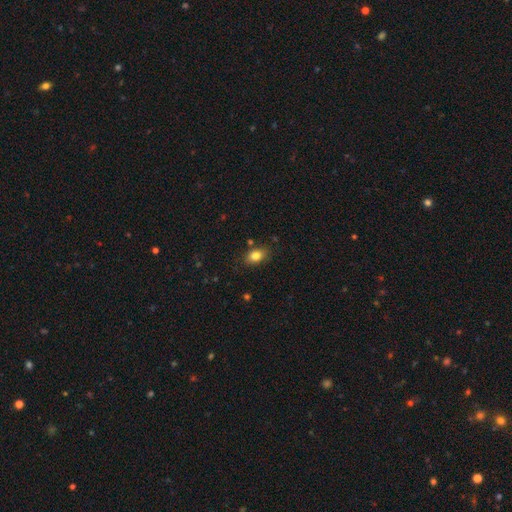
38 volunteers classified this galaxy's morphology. A smooth galaxy with no disk features (84%) that is in between round and cigar-shaped (75%). Merging: none (78%).